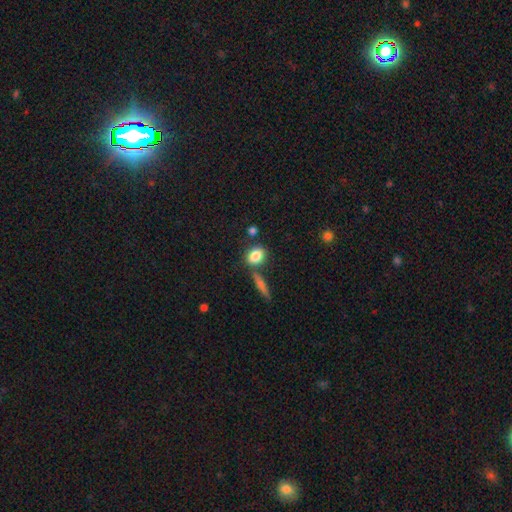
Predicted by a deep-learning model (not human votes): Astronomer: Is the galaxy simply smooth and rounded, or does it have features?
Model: smooth — 84%.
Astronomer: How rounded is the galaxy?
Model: in between — 57% (runner-up: round, 38%).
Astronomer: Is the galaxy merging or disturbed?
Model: none — 69%.